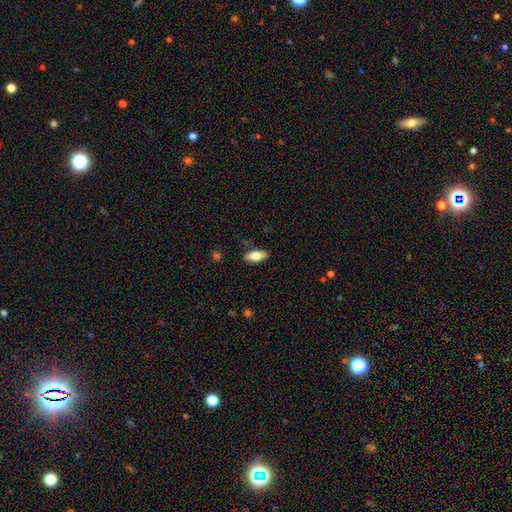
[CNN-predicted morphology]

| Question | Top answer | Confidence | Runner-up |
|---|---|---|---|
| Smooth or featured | smooth | 70% | featured or disk (24%) |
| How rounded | in between | 81% | cigar-shaped (17%) |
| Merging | none | 86% | minor disturbance (10%) |